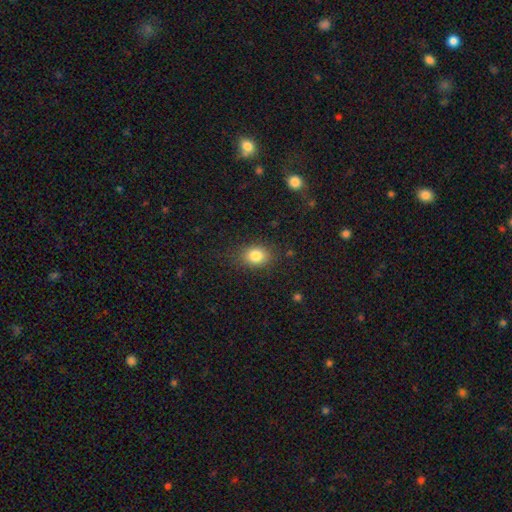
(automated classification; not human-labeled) The model was most divided on "how rounded": in between: 56%, round: 43%, cigar-shaped: 1%. More confident: smooth or featured — smooth (83%); merging — none (82%).